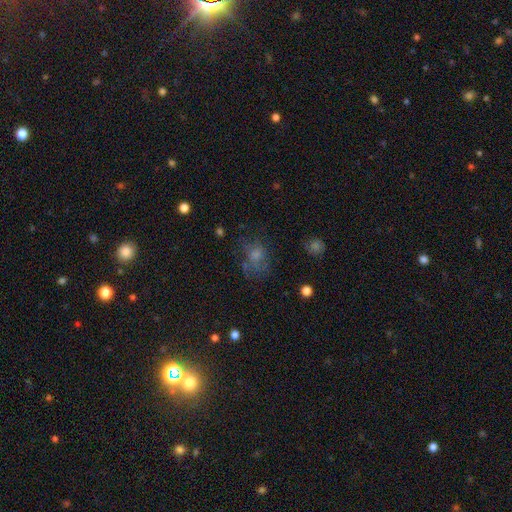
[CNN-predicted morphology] This is possibly a smooth galaxy (60%). How rounded: possibly in between (52%). Merging: possibly none (48%).